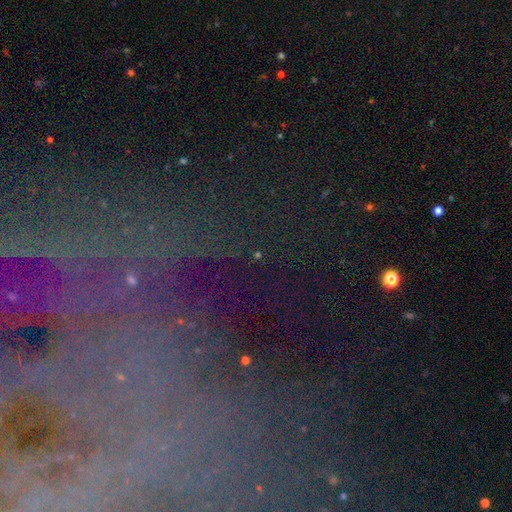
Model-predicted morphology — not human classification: smooth-or-featured: star or artifact: 52% | featured or disk: 32% | smooth: 16%